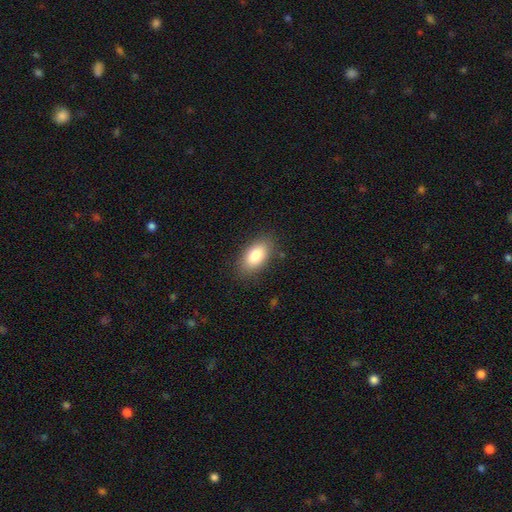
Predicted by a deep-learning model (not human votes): Smooth or featured? Predicted: smooth (p=0.83). How rounded? Predicted: in between (p=0.92). Merging? Predicted: none (p=0.85).